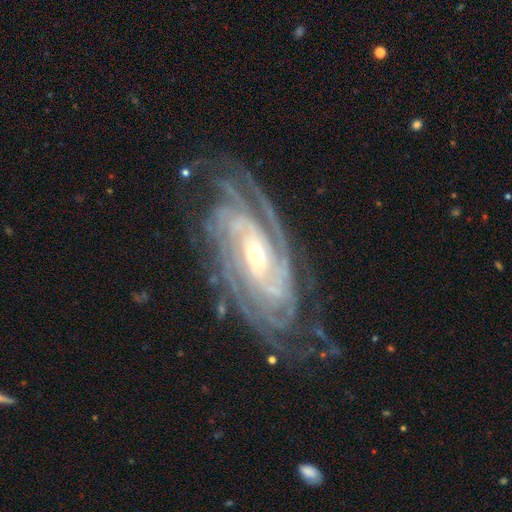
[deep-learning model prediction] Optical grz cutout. It shows a featured or disk galaxy (91%) with no bar (49%), 4 (23%) tight (76%) spiral arms (98%) and a small central bulge (55%). Merging: none (74%).